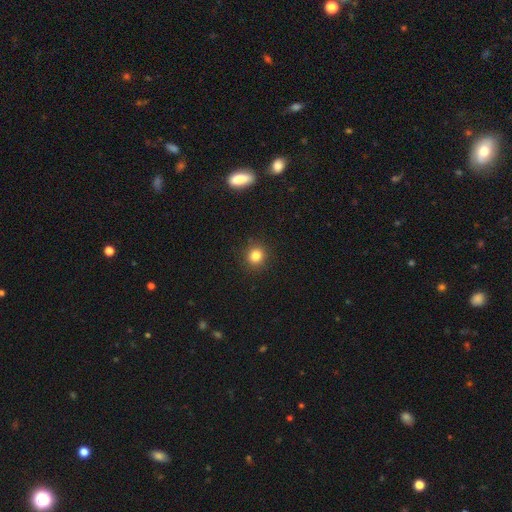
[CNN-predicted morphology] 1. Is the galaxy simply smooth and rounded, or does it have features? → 82% smooth, 12% star or artifact, 5% featured or disk.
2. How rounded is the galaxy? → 89% round, 10% in between, 1% cigar-shaped.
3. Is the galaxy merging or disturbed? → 91% none, 6% minor disturbance, 2% major disturbance, 1% merger.